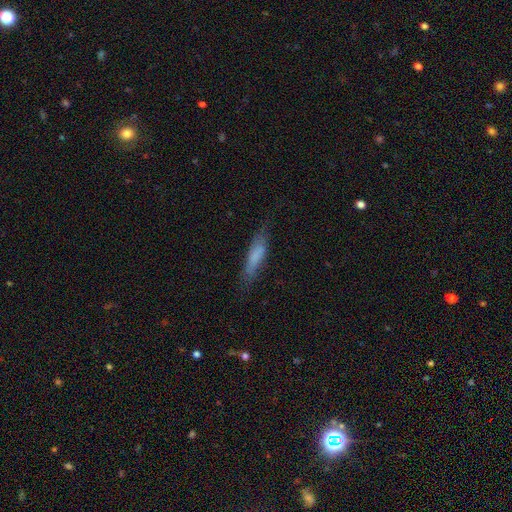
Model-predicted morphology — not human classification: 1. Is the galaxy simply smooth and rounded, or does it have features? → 70% smooth, 23% featured or disk, 7% star or artifact.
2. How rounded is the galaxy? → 77% cigar-shaped, 22% in between, 2% round.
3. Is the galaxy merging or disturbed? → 70% none, 22% minor disturbance, 7% major disturbance, 2% merger.